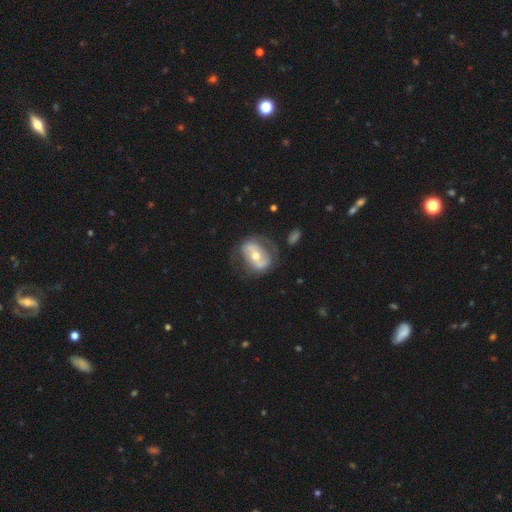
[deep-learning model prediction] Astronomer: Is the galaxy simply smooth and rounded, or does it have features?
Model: featured or disk — 68%.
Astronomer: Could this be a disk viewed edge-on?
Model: no — 95%.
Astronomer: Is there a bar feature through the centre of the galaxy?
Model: no — 39% (runner-up: strong, 32%).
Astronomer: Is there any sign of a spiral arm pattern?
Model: yes — 64%.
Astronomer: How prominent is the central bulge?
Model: moderate — 68%.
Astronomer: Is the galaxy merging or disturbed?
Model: none — 61%.